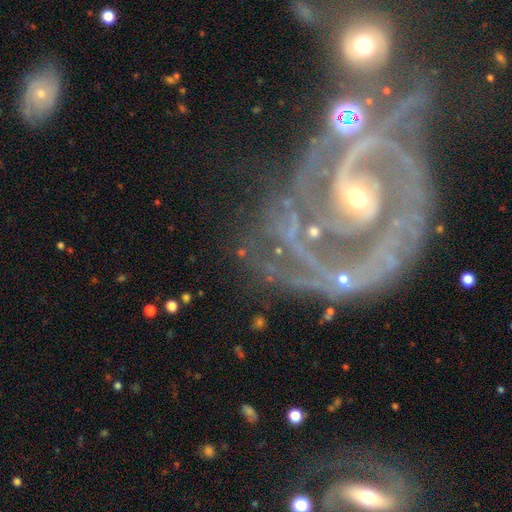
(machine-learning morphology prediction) Smooth or featured: featured or disk — 89% (star or artifact — 7%)
Edge-on disk: no — 98% (yes — 2%)
Bar: no — 43% (weak — 32%)
Spiral arms: yes — 97% (no — 3%)
Spiral winding: tight — 49% (medium — 41%)
Spiral arm count: 2 — 55% (3 — 14%)
Bulge size: small — 65% (moderate — 30%)
Merging: none — 60% (minor disturbance — 18%)